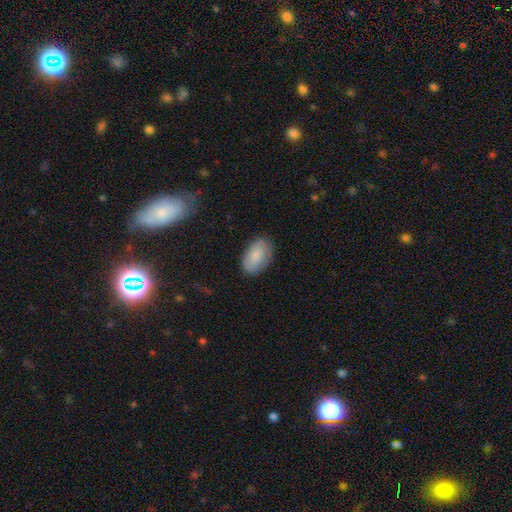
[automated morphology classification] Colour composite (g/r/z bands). It shows a smooth galaxy with no disk features (80%) that is in between round and cigar-shaped (91%). Merging: none (78%).